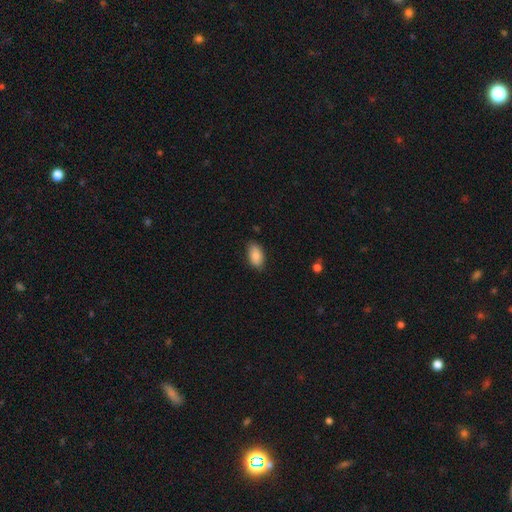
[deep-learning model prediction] smooth 83%, featured or disk 10%, star or artifact 7%. Down the decision tree: how rounded — in between (93%); merging — none (80%).